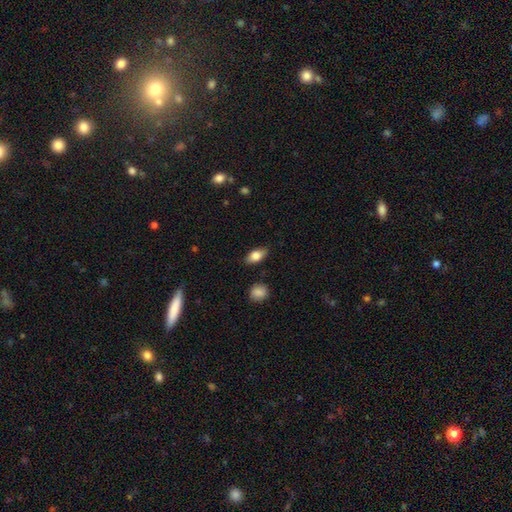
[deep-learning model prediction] Smooth or featured? Predicted: smooth (p=0.78). How rounded? Predicted: in between (p=0.86). Merging? Predicted: none (p=0.83).